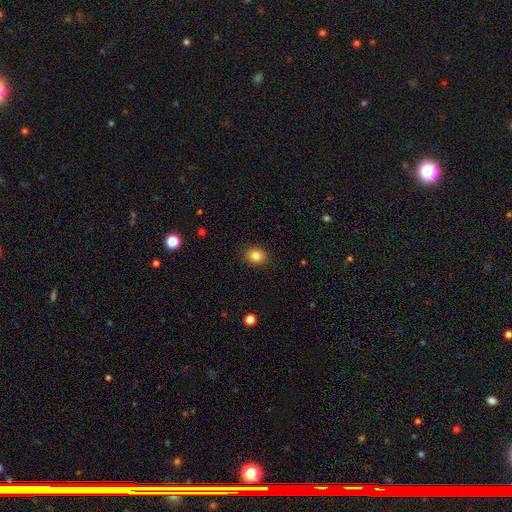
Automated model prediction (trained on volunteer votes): Q: Smooth or featured?
A: smooth (84%); runner-up: star or artifact (10%)
Q: How rounded?
A: round (61%); runner-up: in between (39%)
Q: Merging?
A: none (89%); runner-up: minor disturbance (8%)